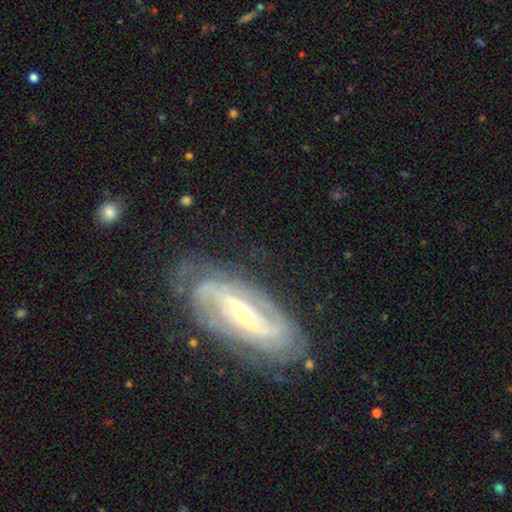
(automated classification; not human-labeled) Q: Smooth or featured?
A: featured or disk (85%); runner-up: smooth (9%)
Q: Edge-on disk?
A: no (88%); runner-up: yes (12%)
Q: Bar?
A: strong (41%); runner-up: weak (34%)
Q: Spiral arms?
A: yes (93%); runner-up: no (7%)
Q: Spiral winding?
A: tight (45%); runner-up: medium (36%)
Q: Spiral arm count?
A: 2 (61%); runner-up: can't tell (21%)
Q: Bulge size?
A: small (56%); runner-up: moderate (40%)
Q: Merging?
A: none (78%); runner-up: minor disturbance (15%)